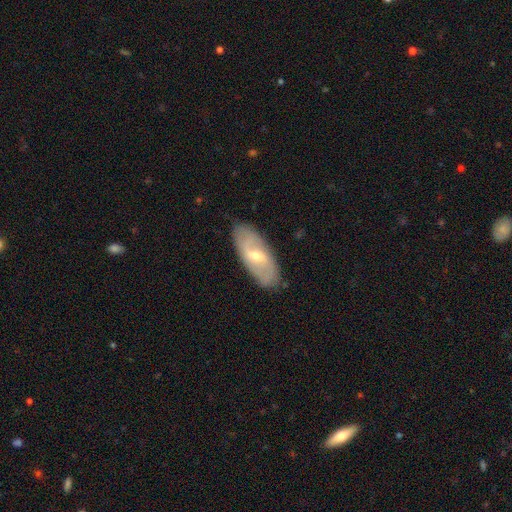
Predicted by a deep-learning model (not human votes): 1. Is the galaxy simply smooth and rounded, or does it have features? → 66% featured or disk, 27% smooth, 6% star or artifact.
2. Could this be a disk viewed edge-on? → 88% no, 12% yes.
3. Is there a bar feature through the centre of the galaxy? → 56% weak, 24% strong, 20% no.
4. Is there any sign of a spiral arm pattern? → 76% yes, 24% no.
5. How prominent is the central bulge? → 51% moderate, 45% small, 2% large, 2% none, 1% dominant.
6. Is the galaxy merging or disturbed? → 85% none, 11% minor disturbance, 3% major disturbance, 1% merger.